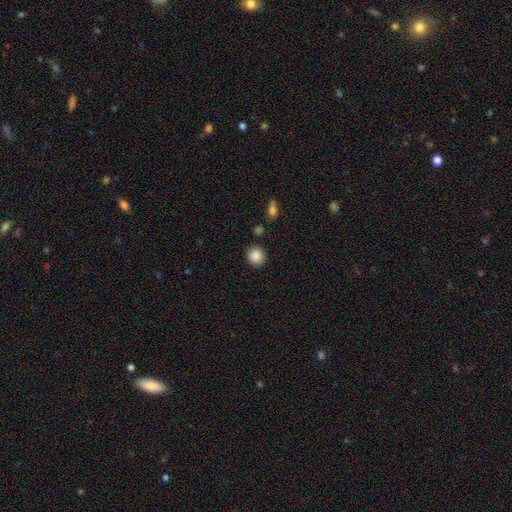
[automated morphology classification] smooth 88%, star or artifact 8%, featured or disk 4%. Down the decision tree: how rounded — round (84%); merging — none (87%).